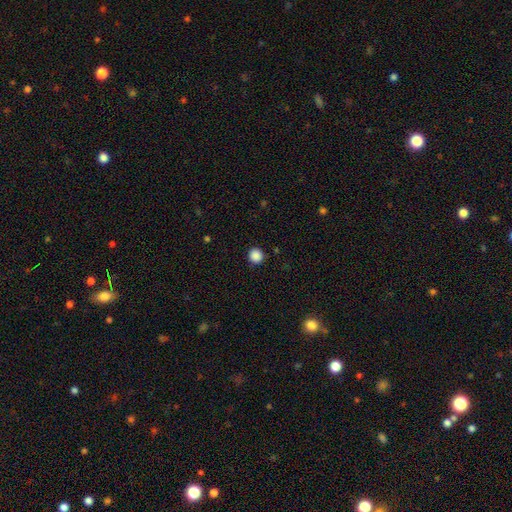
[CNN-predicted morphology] The model was most divided on "smooth or featured": smooth: 88%, star or artifact: 10%, featured or disk: 2%. More confident: how rounded — round (92%); merging — none (91%).